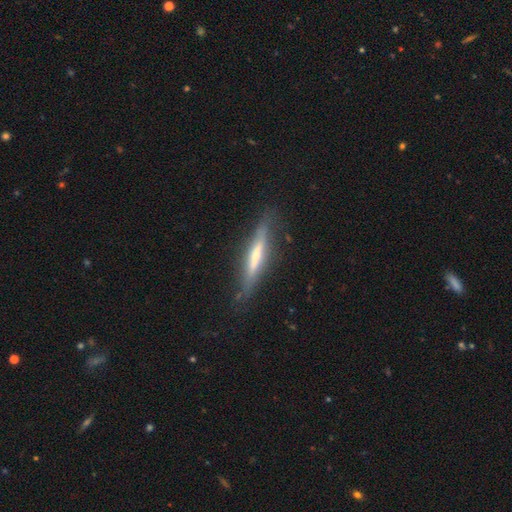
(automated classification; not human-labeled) A featured or disk galaxy (57%) viewed edge-on (92%) with no central bulge (46%). Merging: none (79%).